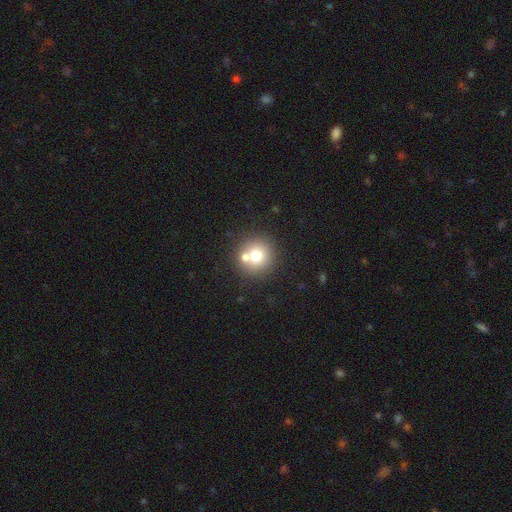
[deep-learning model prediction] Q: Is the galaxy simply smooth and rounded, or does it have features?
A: smooth — 70%.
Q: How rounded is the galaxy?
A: round — 92%.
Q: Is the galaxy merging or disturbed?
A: none — 64%.